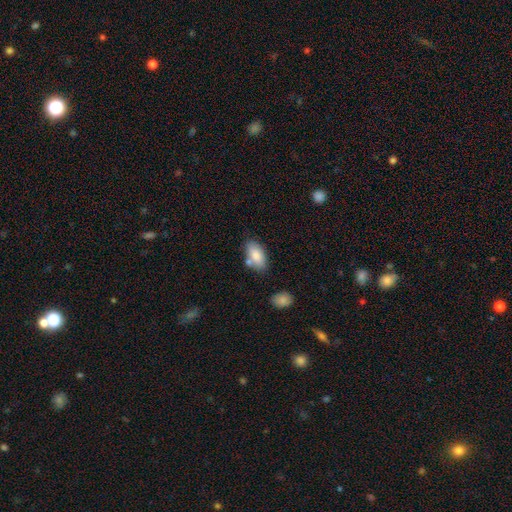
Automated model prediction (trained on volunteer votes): Smooth or featured? smooth (82%)
How rounded? in between (93%)
Merging? none (67%)